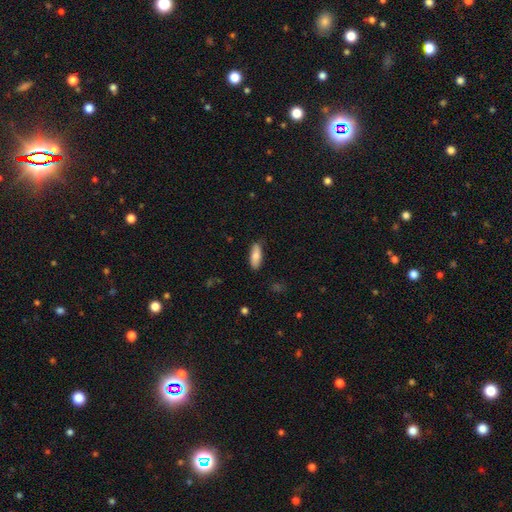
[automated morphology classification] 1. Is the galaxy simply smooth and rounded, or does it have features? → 81% smooth, 12% featured or disk, 6% star or artifact.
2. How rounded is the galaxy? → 71% in between, 27% cigar-shaped, 2% round.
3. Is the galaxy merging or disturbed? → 82% none, 14% minor disturbance, 2% major disturbance, 1% merger.